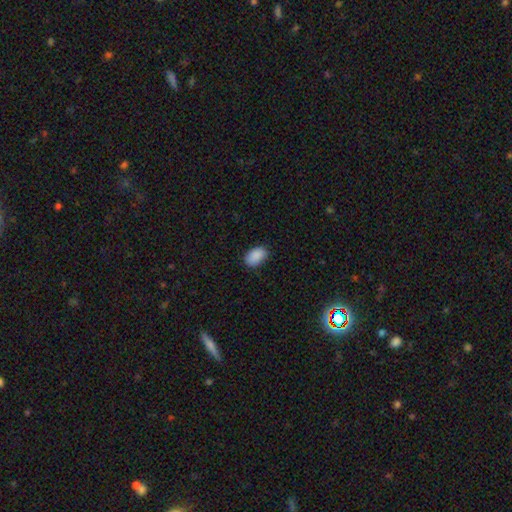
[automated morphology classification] type=smooth (90%); roundness=in between (91%); merging=none (84%).